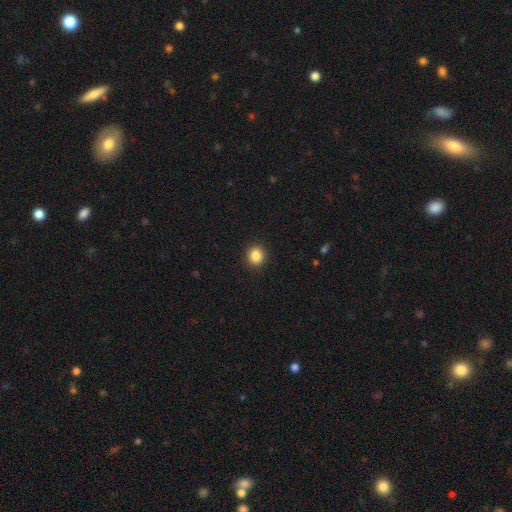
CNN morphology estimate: Overall: smooth (87%). How rounded: round (83%). Merging: none (91%).